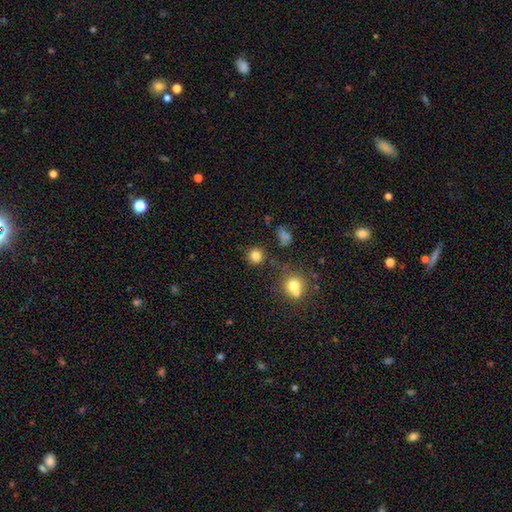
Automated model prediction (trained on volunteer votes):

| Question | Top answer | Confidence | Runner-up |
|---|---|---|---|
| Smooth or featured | smooth | 80% | star or artifact (14%) |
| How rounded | round | 91% | in between (8%) |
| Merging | none | 83% | minor disturbance (8%) |